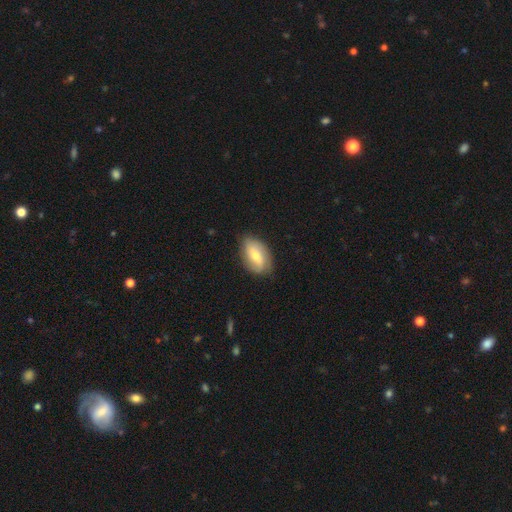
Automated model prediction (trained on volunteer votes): Smooth or featured? Predicted: smooth (p=0.52). How rounded? Predicted: in between (p=0.89). Merging? Predicted: none (p=0.79).